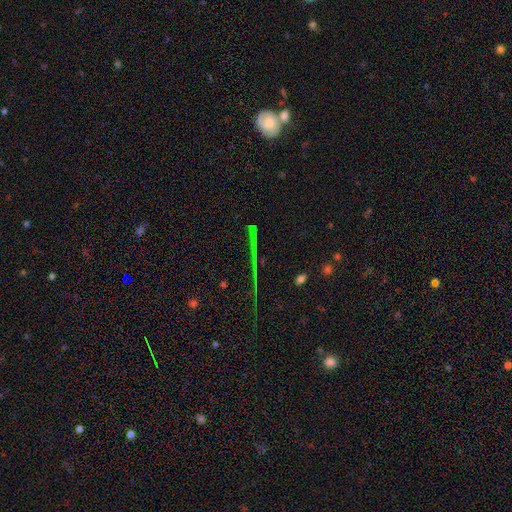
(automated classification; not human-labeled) Smooth or featured: star or artifact — 72% (featured or disk — 15%)